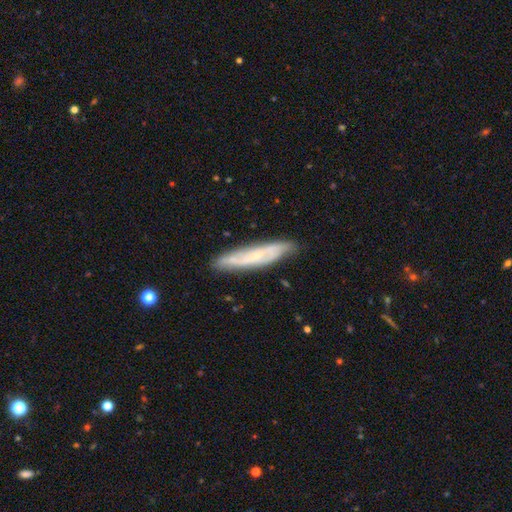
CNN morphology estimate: A featured or disk galaxy (63%).

Vote fractions:
- Smooth or featured? featured or disk: 63% / smooth: 30% / star or artifact: 7%
- Edge-on disk? no: 56% / yes: 44%
- Merging? none: 82% / minor disturbance: 14% / major disturbance: 3% / merger: 2%